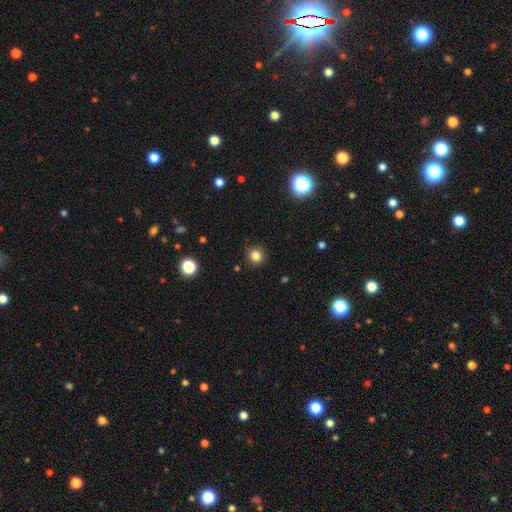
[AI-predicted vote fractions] Smooth or featured?
  - smooth: 82% *
  - star or artifact: 14%
  - featured or disk: 5%
How rounded?
  - round: 91% *
  - in between: 8%
  - cigar-shaped: 1%
Merging?
  - none: 89% *
  - minor disturbance: 8%
  - major disturbance: 2%
  - merger: 1%